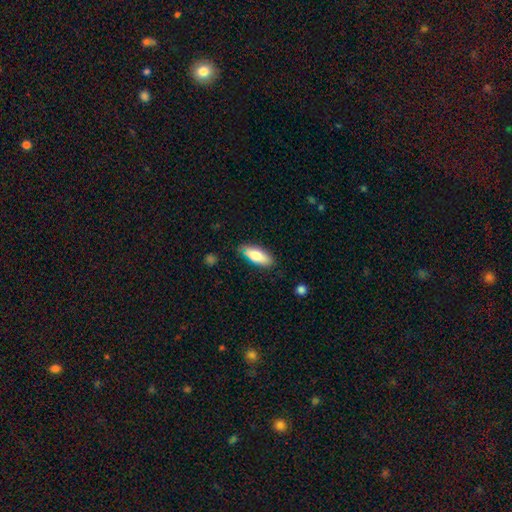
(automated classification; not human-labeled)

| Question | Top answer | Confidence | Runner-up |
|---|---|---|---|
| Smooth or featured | smooth | 79% | featured or disk (15%) |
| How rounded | in between | 77% | cigar-shaped (21%) |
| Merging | none | 75% | minor disturbance (19%) |